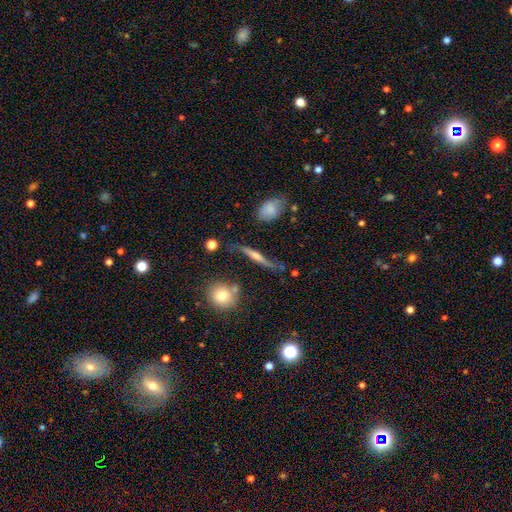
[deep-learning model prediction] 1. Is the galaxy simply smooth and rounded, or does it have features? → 63% featured or disk, 28% smooth, 9% star or artifact.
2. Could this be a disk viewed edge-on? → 77% yes, 23% no.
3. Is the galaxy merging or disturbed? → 64% none, 22% minor disturbance, 9% major disturbance, 5% merger.